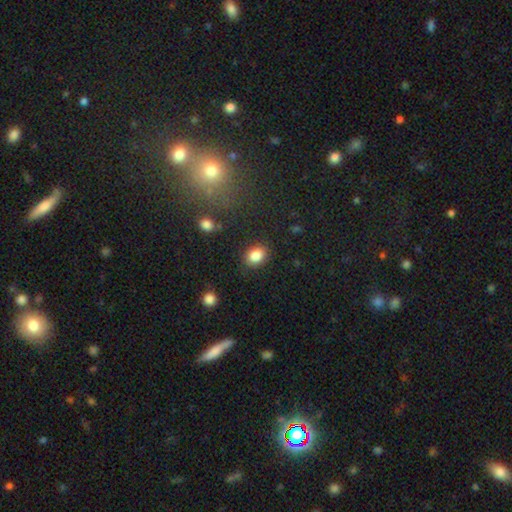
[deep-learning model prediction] smooth-or-featured: smooth: 85% | star or artifact: 9% | featured or disk: 6%
  how-rounded: in between: 67% | round: 32% | cigar-shaped: 1%
  merging: none: 85% | minor disturbance: 11% | major disturbance: 3% | merger: 2%